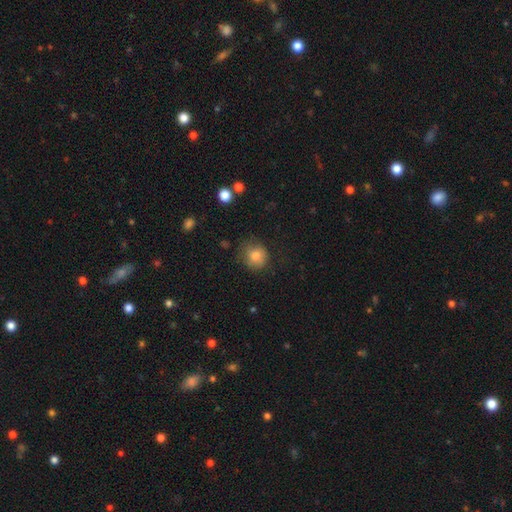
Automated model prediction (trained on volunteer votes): Smooth or featured? smooth (81%)
How rounded? round (80%)
Merging? none (68%)